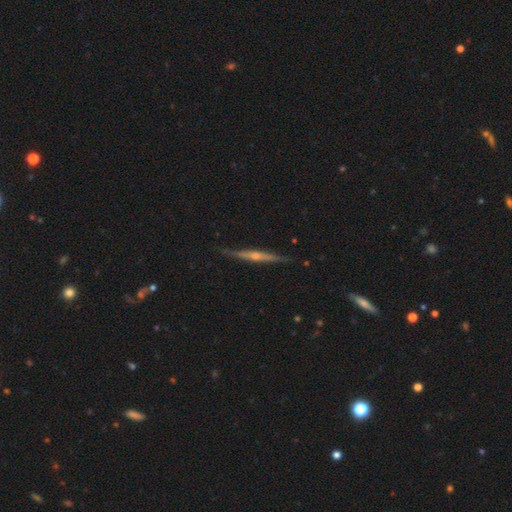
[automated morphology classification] Smooth or featured: featured or disk — 78% (smooth — 17%)
Edge-on disk: yes — 98% (no — 2%)
Edge-on bulge: rounded — 74% (none — 18%)
Merging: none — 87% (minor disturbance — 10%)